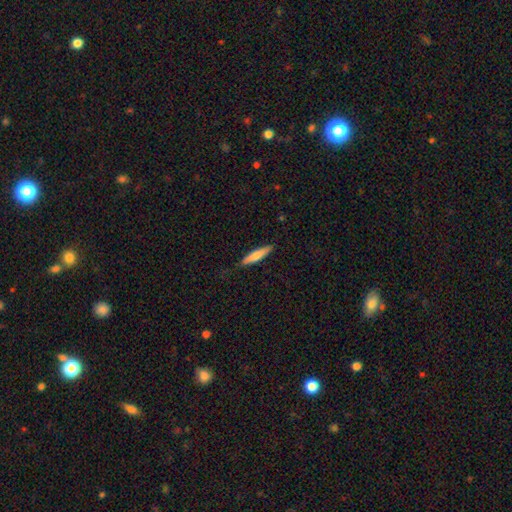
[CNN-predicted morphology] The model was most divided on "smooth or featured": smooth: 68%, featured or disk: 26%, star or artifact: 5%. More confident: merging — none (84%); how rounded — cigar-shaped (83%).